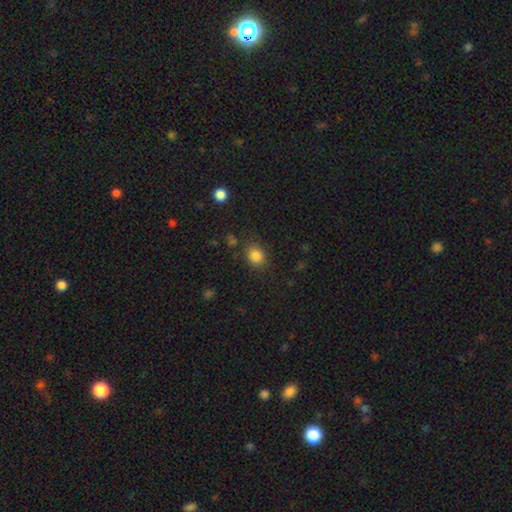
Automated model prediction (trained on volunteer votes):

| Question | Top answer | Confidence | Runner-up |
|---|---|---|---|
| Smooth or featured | smooth | 83% | star or artifact (11%) |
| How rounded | round | 59% | in between (41%) |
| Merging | none | 82% | minor disturbance (12%) |